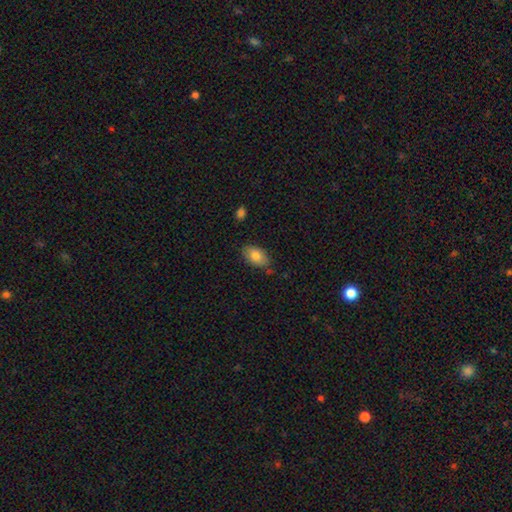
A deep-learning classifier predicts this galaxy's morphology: smooth 82%, featured or disk 11%, star or artifact 7%. Down the decision tree: how rounded — in between (92%); merging — none (77%).